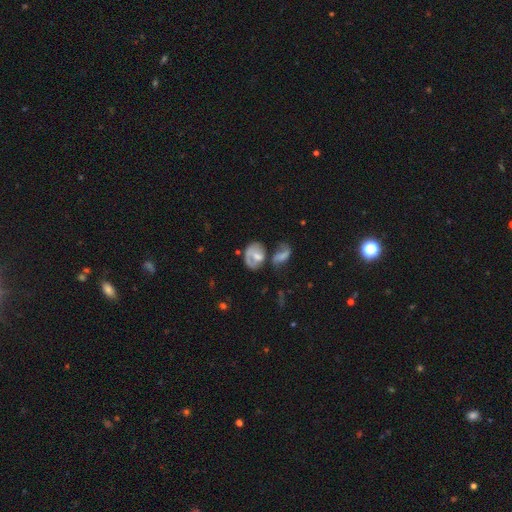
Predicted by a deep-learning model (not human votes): smooth_or_featured: smooth (p=0.47) [alt: featured or disk p=0.43]
merging: merger (p=0.33) [alt: none p=0.27]